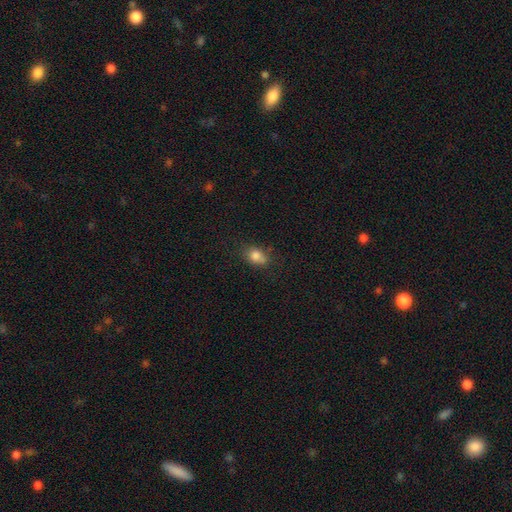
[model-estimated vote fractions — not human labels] Smooth or featured: smooth — 80% (star or artifact — 11%)
How rounded: in between — 65% (round — 33%)
Merging: none — 61% (minor disturbance — 25%)